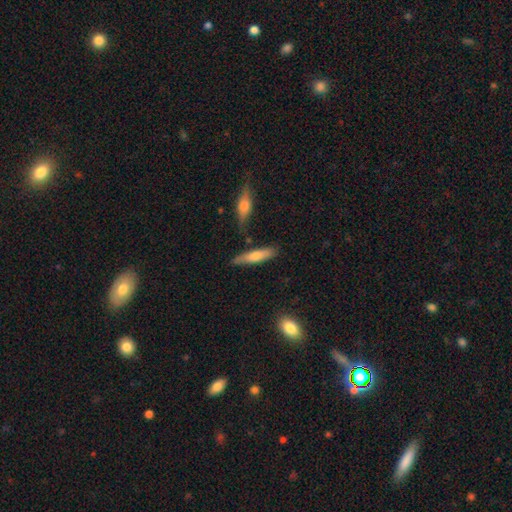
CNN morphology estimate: Smooth or featured? smooth (64%)
How rounded? cigar-shaped (80%)
Merging? none (75%)